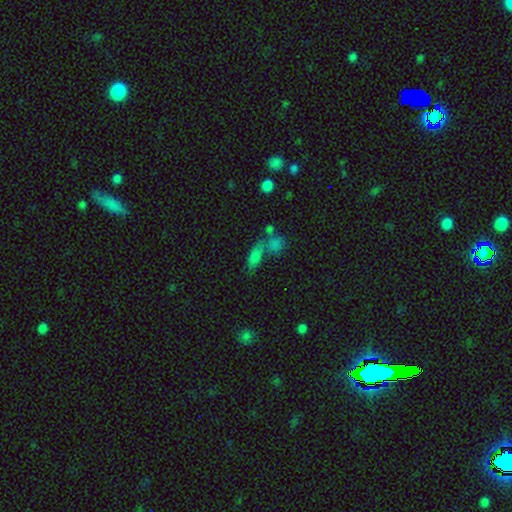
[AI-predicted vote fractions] Smooth or featured: smooth — 70% (star or artifact — 19%)
How rounded: in between — 64% (cigar-shaped — 27%)
Merging: merger — 41% (none — 38%)